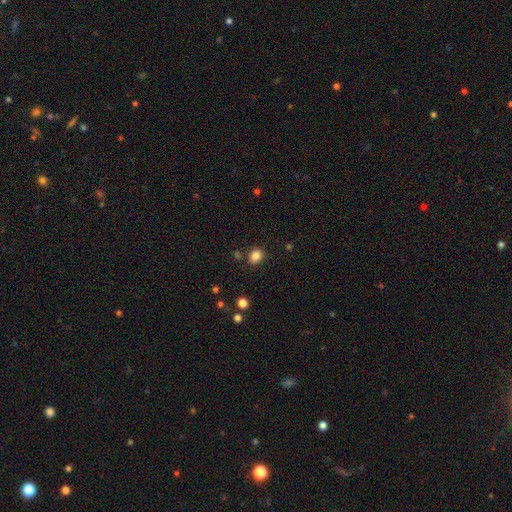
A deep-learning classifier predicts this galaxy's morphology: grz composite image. It shows a smooth galaxy with no disk features (84%) that is round (66%). Merging: none (83%).